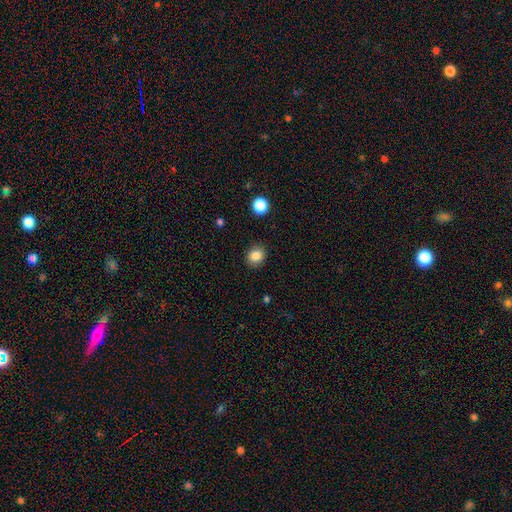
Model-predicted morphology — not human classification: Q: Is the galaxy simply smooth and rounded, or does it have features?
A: smooth — 85%.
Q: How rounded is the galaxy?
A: round — 68%.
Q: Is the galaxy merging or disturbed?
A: none — 88%.